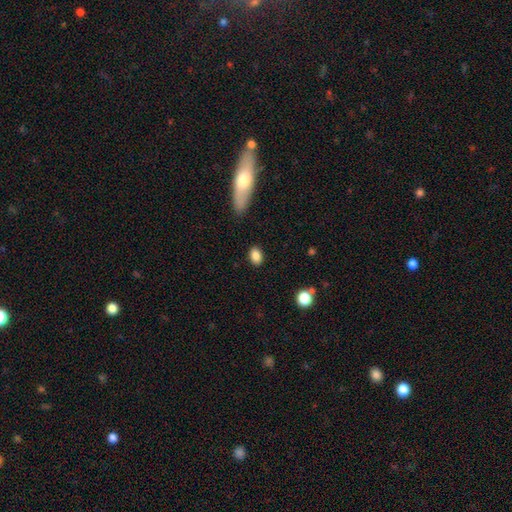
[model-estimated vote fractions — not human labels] Morphology: type=smooth (86%); roundness=in between (80%); merging=none (86%).